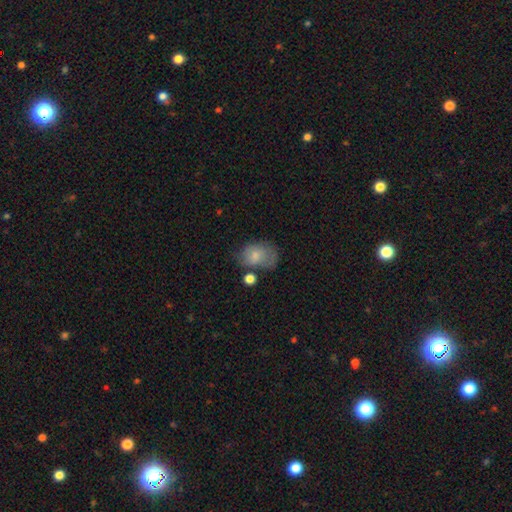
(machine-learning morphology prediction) Smooth or featured: smooth — 74% (featured or disk — 18%)
How rounded: in between — 76% (round — 23%)
Merging: none — 42% (minor disturbance — 30%)